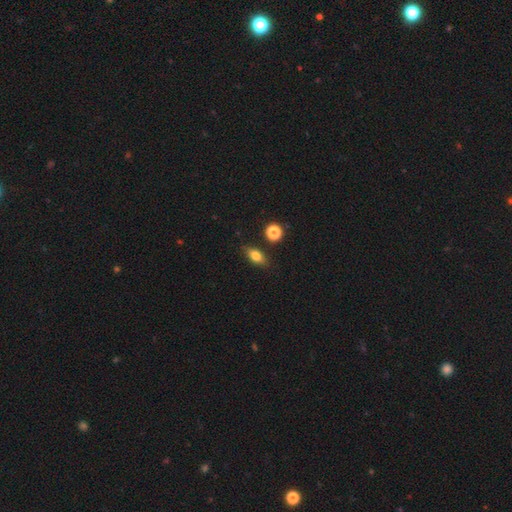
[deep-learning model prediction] A smooth galaxy with no disk features (78%) that is in between round and cigar-shaped (77%).

Vote fractions:
- Smooth or featured? smooth: 78% / featured or disk: 13% / star or artifact: 9%
- How rounded? in between: 77% / round: 12% / cigar-shaped: 11%
- Merging? none: 81% / minor disturbance: 13% / merger: 3% / major disturbance: 3%